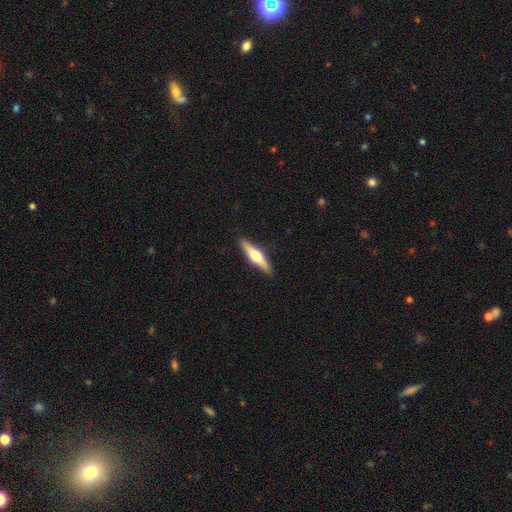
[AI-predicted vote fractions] Smooth or featured? Predicted: featured or disk (p=0.57). Edge-on disk? Predicted: yes (p=0.96). Edge-on bulge? Predicted: rounded (p=0.94). Merging? Predicted: none (p=0.91).